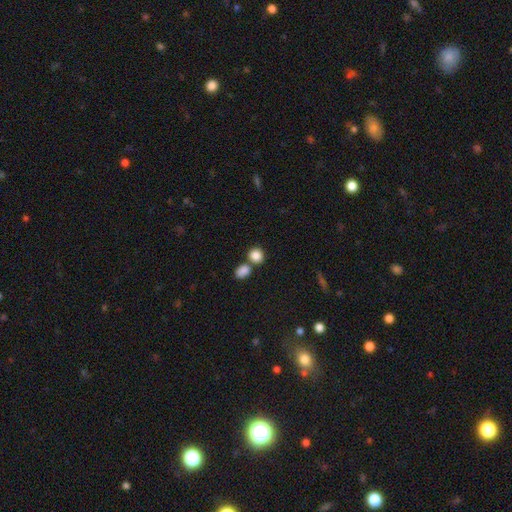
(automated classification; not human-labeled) Smooth or featured? smooth (85%)
How rounded? round (76%)
Merging? none (56%)